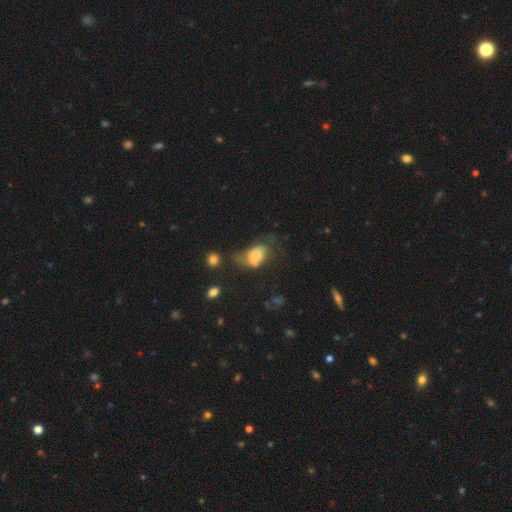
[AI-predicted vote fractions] This appears to be a smooth galaxy with no disk features (63%) that is in between round and cigar-shaped (74%). Merging: merger (29%).